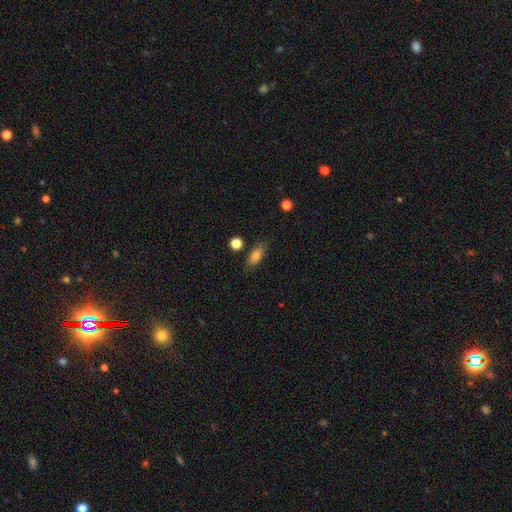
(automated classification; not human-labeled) smooth 80%, featured or disk 12%, star or artifact 9%. Down the decision tree: how rounded — in between (73%); merging — none (81%).